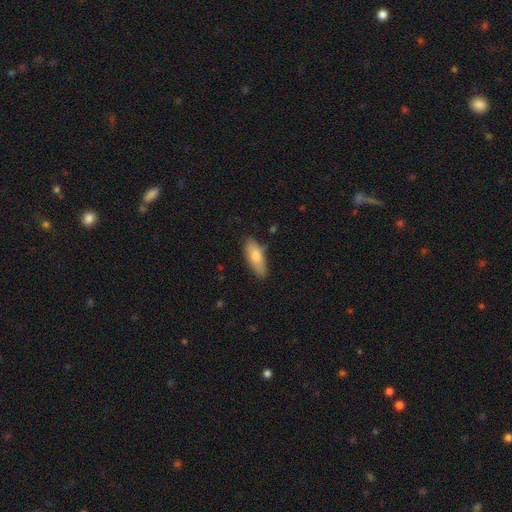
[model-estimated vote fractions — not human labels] Smooth or featured: smooth — 75% (featured or disk — 18%)
How rounded: in between — 70% (cigar-shaped — 27%)
Merging: none — 71% (minor disturbance — 23%)